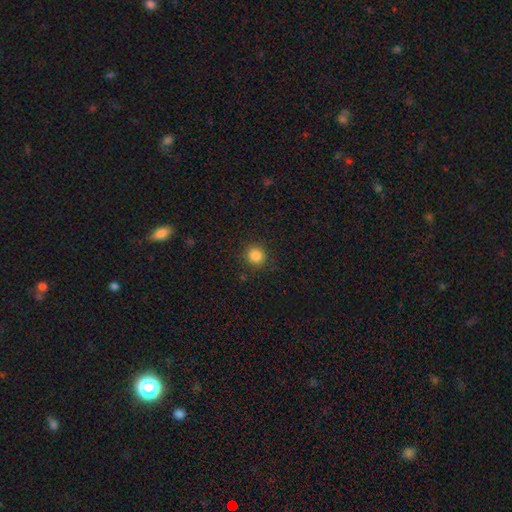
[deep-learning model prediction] A smooth galaxy with no disk features (85%) that is round (92%). Merging: none (89%).